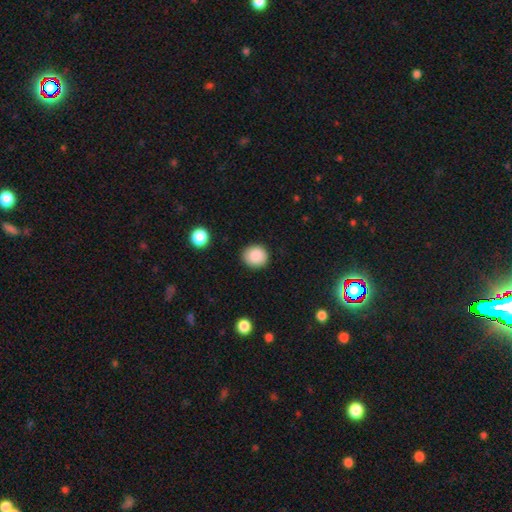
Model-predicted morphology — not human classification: A smooth galaxy with no disk features (87%) that is round (86%).

Vote fractions:
- Smooth or featured? smooth: 87% / star or artifact: 8% / featured or disk: 5%
- How rounded? round: 86% / in between: 13% / cigar-shaped: 1%
- Merging? none: 88% / minor disturbance: 8% / major disturbance: 2% / merger: 1%